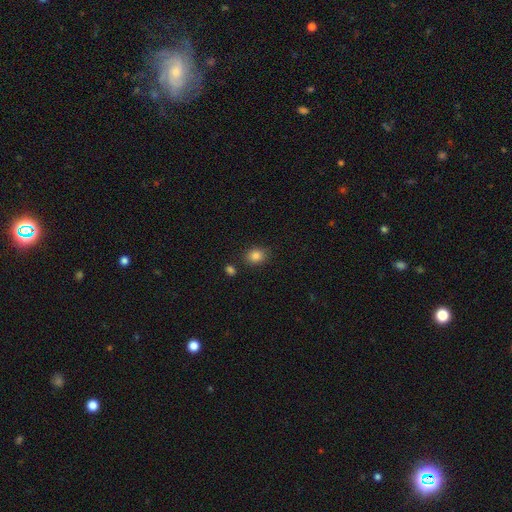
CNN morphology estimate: A smooth galaxy with no disk features (86%) that is round (50%).

Vote fractions:
- Smooth or featured? smooth: 86% / star or artifact: 10% / featured or disk: 4%
- How rounded? round: 50% / in between: 49% / cigar-shaped: 1%
- Merging? none: 81% / minor disturbance: 12% / merger: 5% / major disturbance: 3%